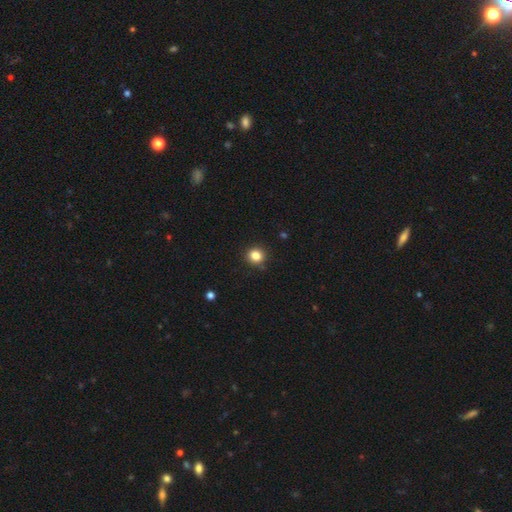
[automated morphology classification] Smooth or featured: smooth — 84% (star or artifact — 12%)
How rounded: round — 87% (in between — 12%)
Merging: none — 87% (minor disturbance — 10%)